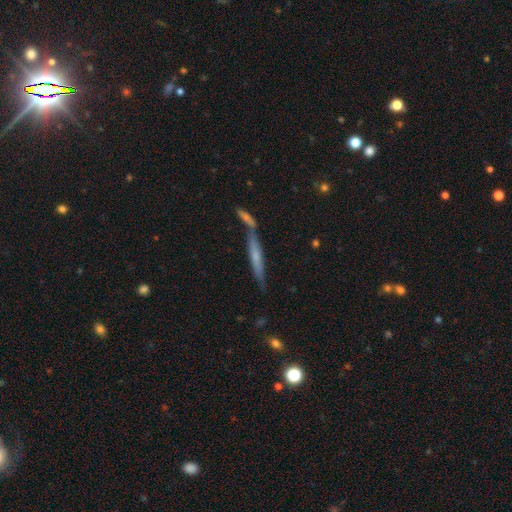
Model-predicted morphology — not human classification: This appears to be a featured or disk galaxy (49%). Merging: none (58%).